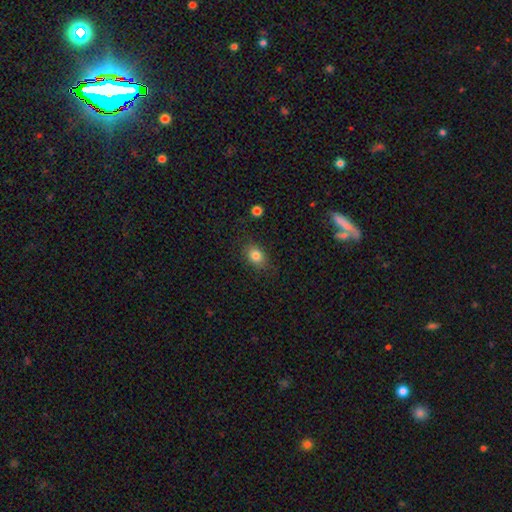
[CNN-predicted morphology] Smooth or featured? smooth (82%)
How rounded? in between (63%)
Merging? none (82%)